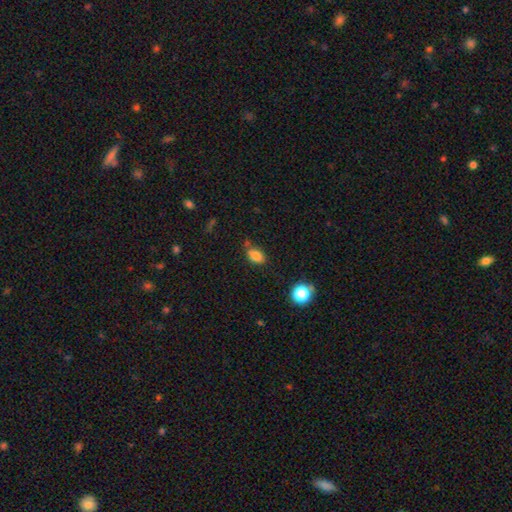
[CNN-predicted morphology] Smooth or featured: smooth — 83% (star or artifact — 11%)
How rounded: in between — 85% (round — 13%)
Merging: none — 68% (minor disturbance — 19%)